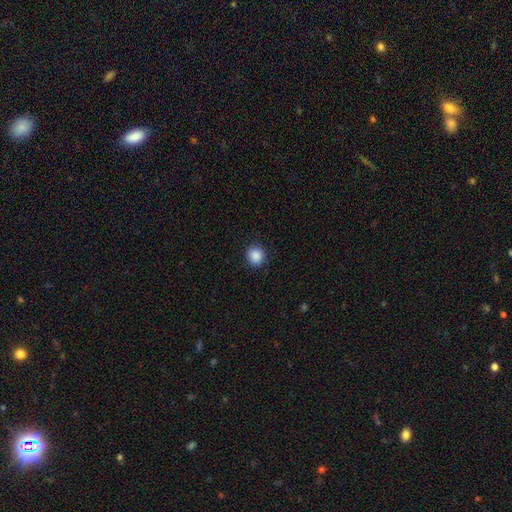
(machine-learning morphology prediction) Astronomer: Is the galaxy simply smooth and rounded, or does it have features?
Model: smooth — 89%.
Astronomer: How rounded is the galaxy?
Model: round — 85%.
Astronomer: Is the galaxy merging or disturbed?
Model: none — 90%.